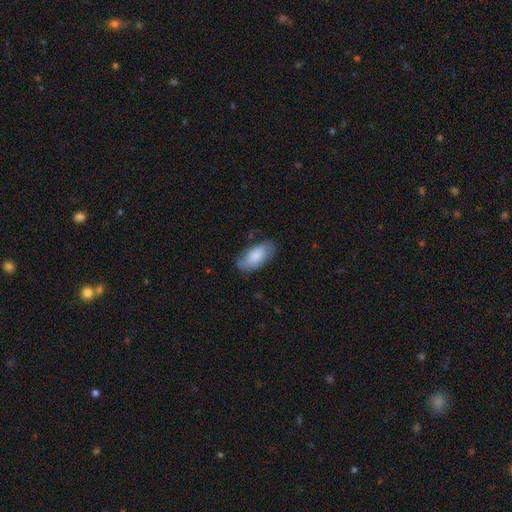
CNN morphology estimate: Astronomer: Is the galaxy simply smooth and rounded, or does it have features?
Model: smooth — 78%.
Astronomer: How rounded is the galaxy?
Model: in between — 91%.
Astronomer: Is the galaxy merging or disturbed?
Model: none — 74%.